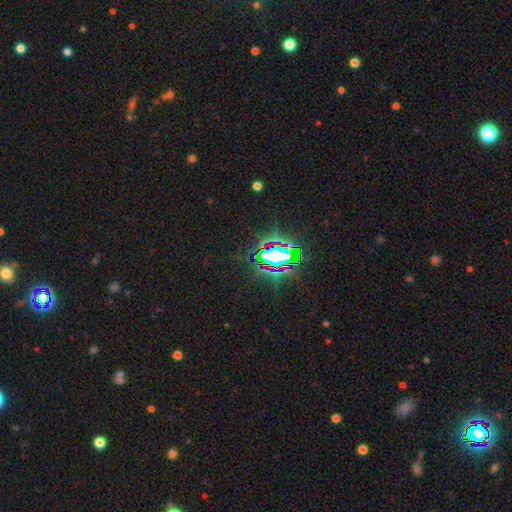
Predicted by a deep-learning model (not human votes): Smooth or featured: star or artifact — 81% (smooth — 11%)